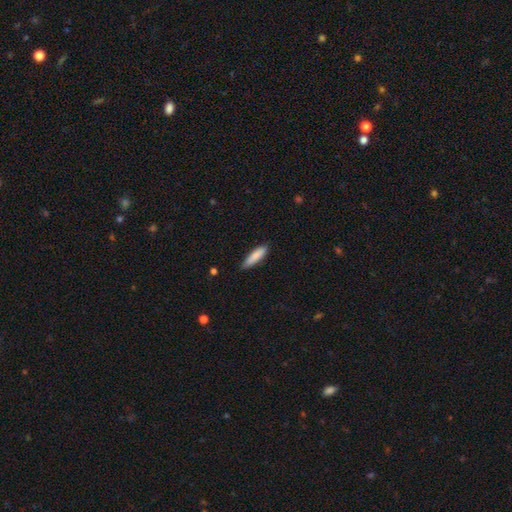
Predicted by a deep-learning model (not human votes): A smooth galaxy with no disk features (85%) that is cigar-shaped (69%).

Vote fractions:
- Smooth or featured? smooth: 85% / featured or disk: 9% / star or artifact: 6%
- How rounded? cigar-shaped: 69% / in between: 30% / round: 1%
- Merging? none: 81% / minor disturbance: 16% / major disturbance: 2% / merger: 1%